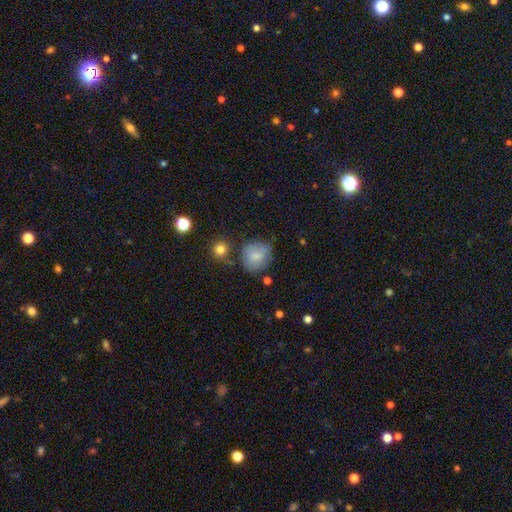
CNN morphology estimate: This appears to be a smooth galaxy with no disk features (78%) that is round (82%). Merging: none (67%).